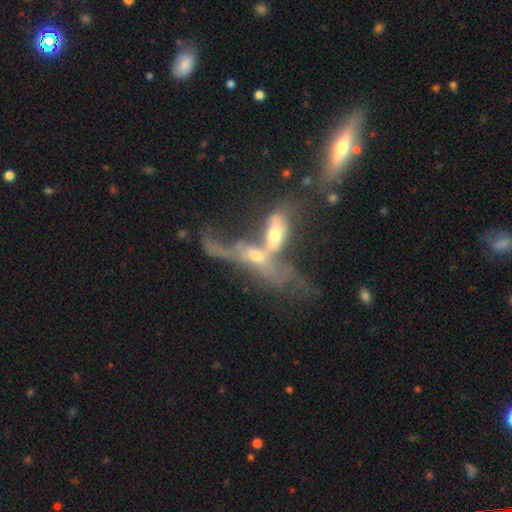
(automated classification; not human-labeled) featured or disk 59%, smooth 30%, star or artifact 11%. Down the decision tree: edge-on disk — no (71%); merging — merger (76%).